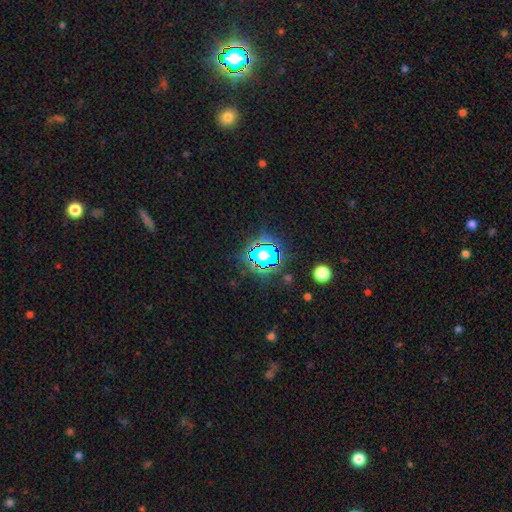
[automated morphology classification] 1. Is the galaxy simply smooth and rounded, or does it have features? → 63% star or artifact, 25% smooth, 12% featured or disk.